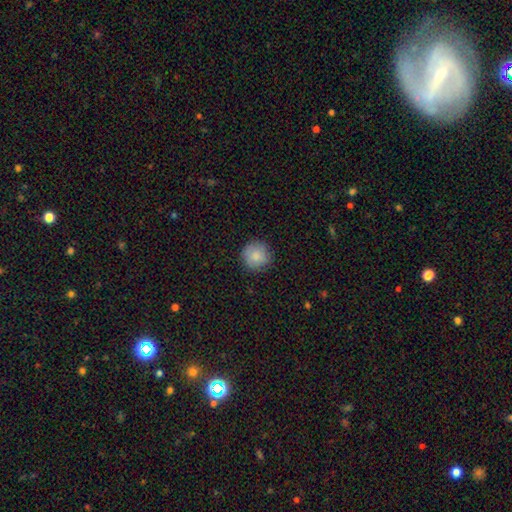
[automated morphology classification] Smooth or featured? smooth (85%)
How rounded? round (95%)
Merging? none (87%)